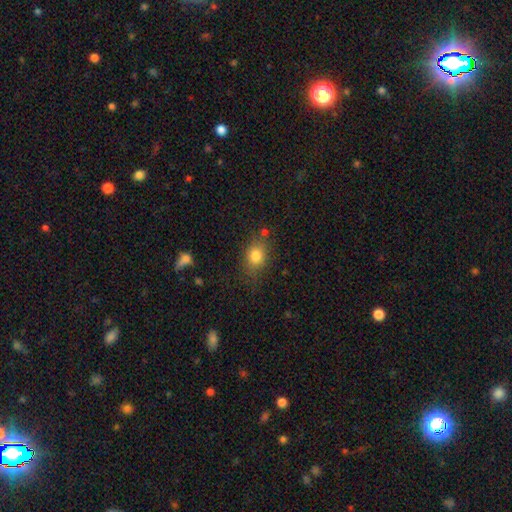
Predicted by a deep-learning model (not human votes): Smooth or featured? Predicted: smooth (p=0.81). How rounded? Predicted: in between (p=0.55). Merging? Predicted: none (p=0.71).